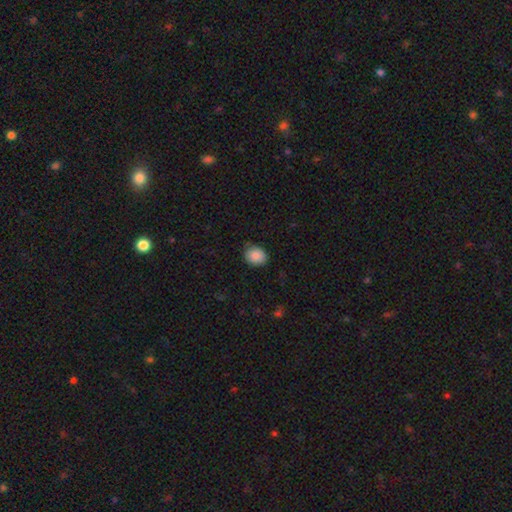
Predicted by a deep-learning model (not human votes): The model was most divided on "how rounded": round: 57%, in between: 42%, cigar-shaped: 1%. More confident: smooth or featured — smooth (88%); merging — none (80%).